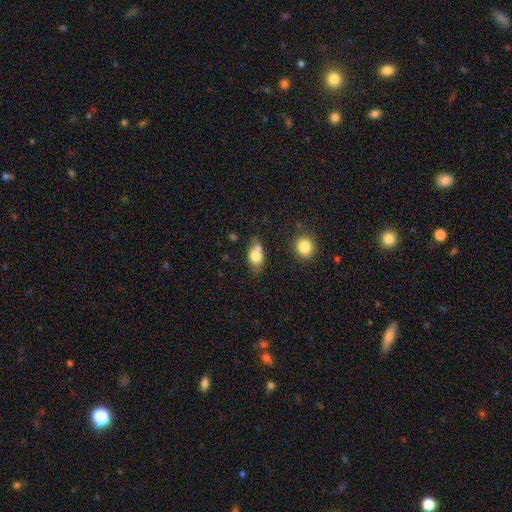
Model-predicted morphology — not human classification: Smooth or featured? Predicted: smooth (p=0.76). How rounded? Predicted: in between (p=0.76). Merging? Predicted: none (p=0.49).